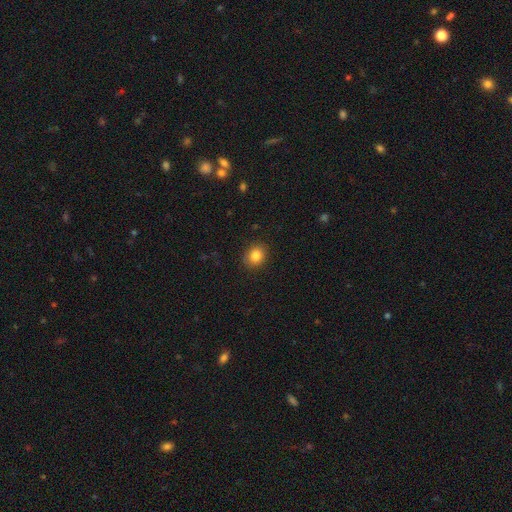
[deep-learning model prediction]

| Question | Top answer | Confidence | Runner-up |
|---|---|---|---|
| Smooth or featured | smooth | 84% | star or artifact (10%) |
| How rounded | round | 70% | in between (30%) |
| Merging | none | 89% | minor disturbance (8%) |